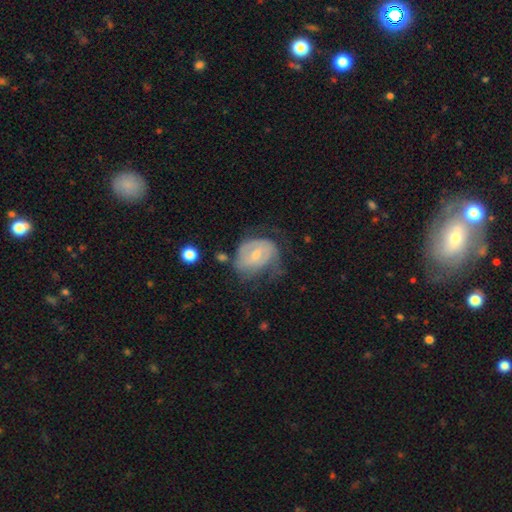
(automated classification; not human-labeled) Smooth or featured?
  - featured or disk: 64% *
  - smooth: 29%
  - star or artifact: 7%
Edge-on disk?
  - no: 96% *
  - yes: 4%
Bar?
  - weak: 45% *
  - no: 44%
  - strong: 11%
Spiral arms?
  - yes: 74% *
  - no: 26%
Bulge size?
  - small: 52% *
  - moderate: 43%
  - none: 3%
  - large: 2%
  - dominant: 1%
Merging?
  - none: 39% *
  - minor disturbance: 30%
  - major disturbance: 27%
  - merger: 4%